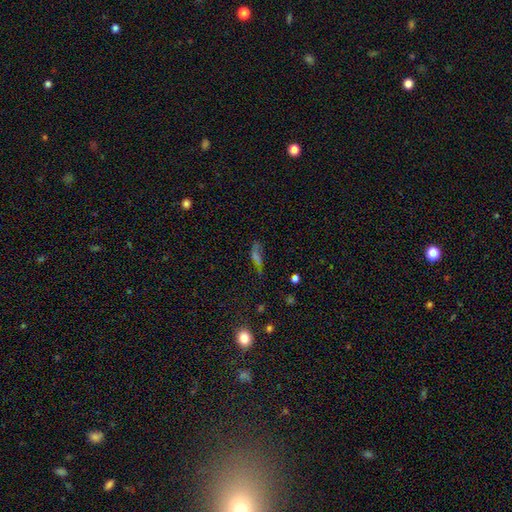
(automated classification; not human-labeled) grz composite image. It shows a featured or disk galaxy (40%). Merging: none (60%).